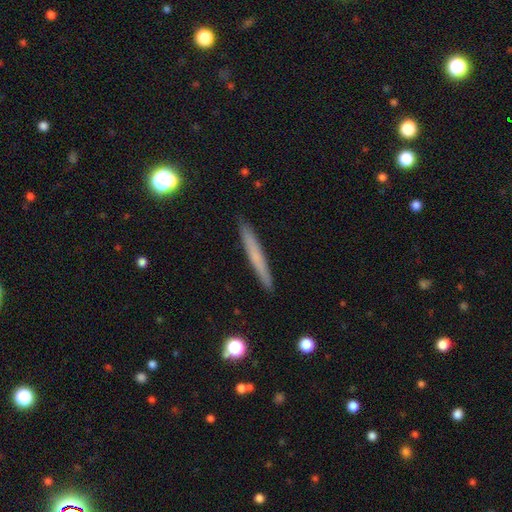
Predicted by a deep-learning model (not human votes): Smooth or featured: smooth — 62% (featured or disk — 31%)
How rounded: cigar-shaped — 97% (in between — 2%)
Merging: none — 91% (minor disturbance — 6%)